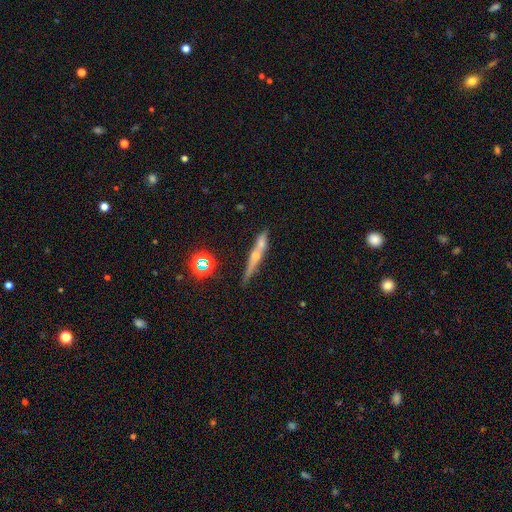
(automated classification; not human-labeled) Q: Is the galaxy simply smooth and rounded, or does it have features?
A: featured or disk — 52%.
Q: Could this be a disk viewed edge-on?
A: yes — 89%.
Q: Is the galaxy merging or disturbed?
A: none — 59%.